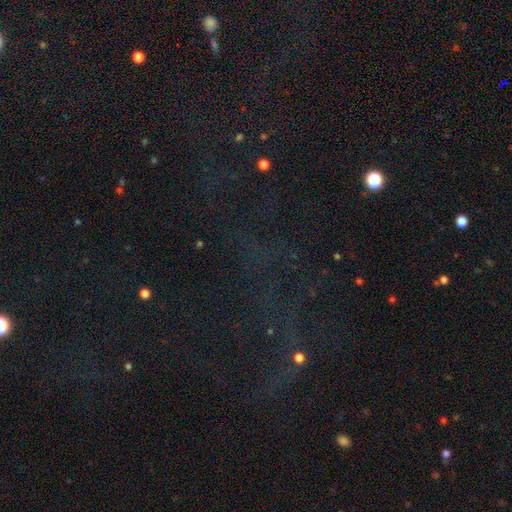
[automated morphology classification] Smooth or featured: star or artifact — 70% (smooth — 17%)